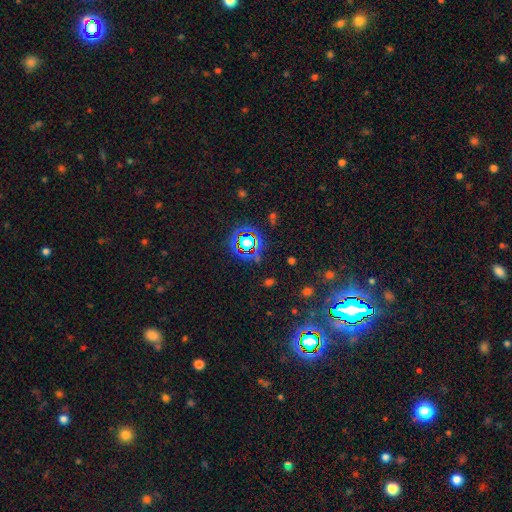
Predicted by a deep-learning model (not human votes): Smooth or featured? Predicted: star or artifact (p=0.78).